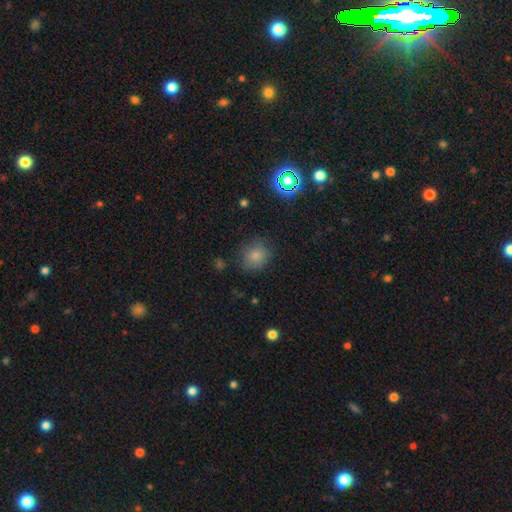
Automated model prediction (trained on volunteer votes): Q: Smooth or featured?
A: smooth (81%); runner-up: star or artifact (13%)
Q: How rounded?
A: round (78%); runner-up: in between (21%)
Q: Merging?
A: none (77%); runner-up: minor disturbance (16%)